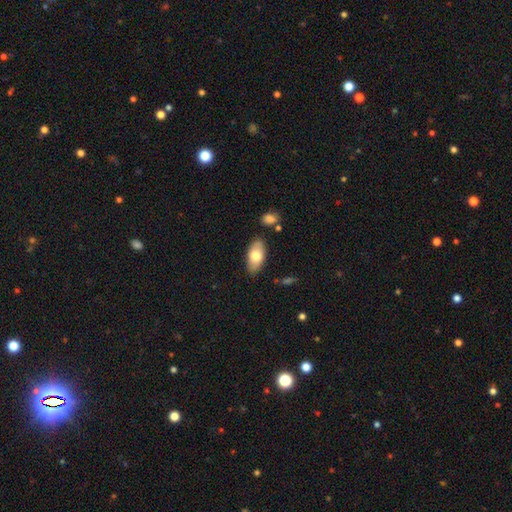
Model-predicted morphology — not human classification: smooth 74%, featured or disk 20%, star or artifact 6%. Down the decision tree: how rounded — in between (92%); merging — none (84%).